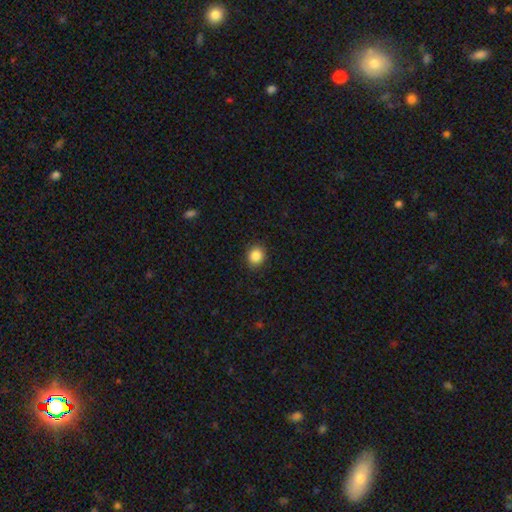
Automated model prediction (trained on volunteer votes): Q: Smooth or featured?
A: smooth (87%); runner-up: star or artifact (10%)
Q: How rounded?
A: round (78%); runner-up: in between (21%)
Q: Merging?
A: none (89%); runner-up: minor disturbance (8%)